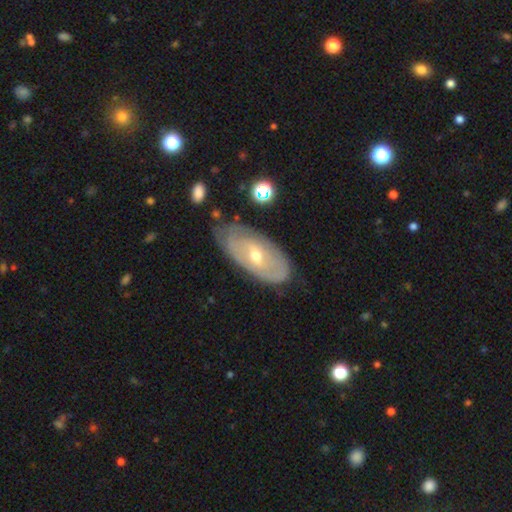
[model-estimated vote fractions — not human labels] The model was most divided on "spiral arms": yes: 51%, no: 49%. More confident: edge-on disk — no (86%); merging — none (71%); smooth or featured — featured or disk (63%); bar — no (59%); bulge size — moderate (53%).